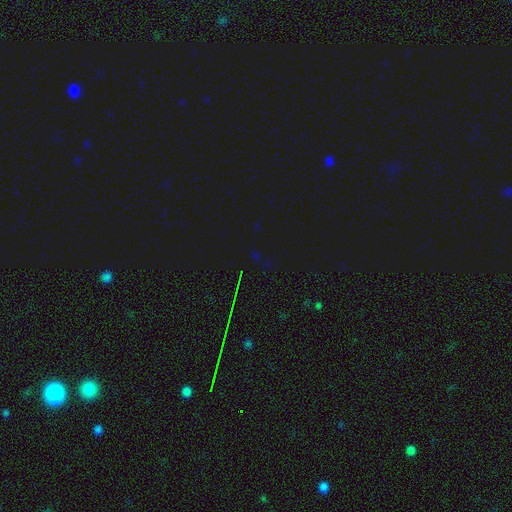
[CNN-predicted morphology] This appears to be a star or artifact, not a galaxy (81%).